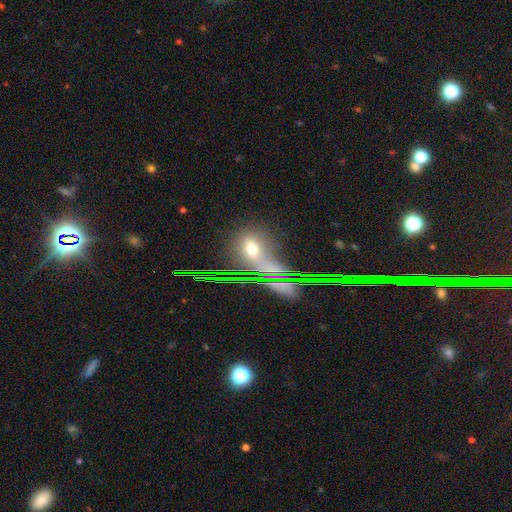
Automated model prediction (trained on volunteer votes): A star or artifact, not a galaxy (46%).